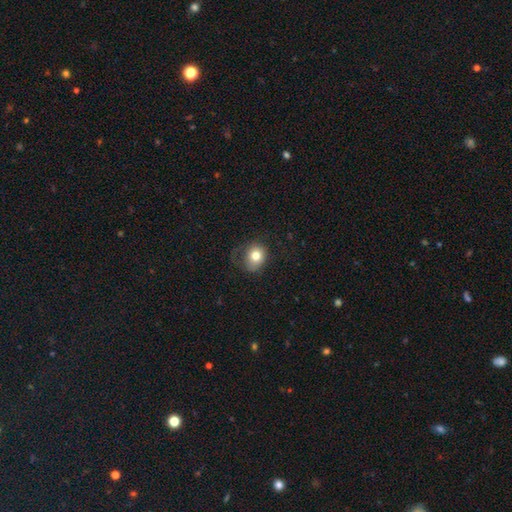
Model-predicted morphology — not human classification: smooth 76%, featured or disk 13%, star or artifact 11%. Down the decision tree: how rounded — round (70%); merging — none (57%).